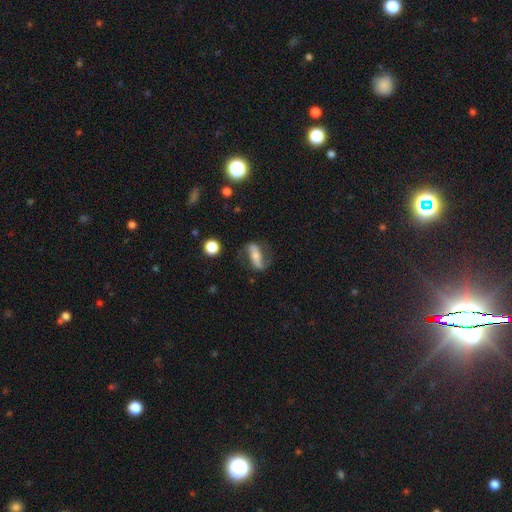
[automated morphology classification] This is likely a featured or disk galaxy (69%). It is clearly not viewed edge-on (88%). Bar: possibly strong (54%). Spiral arm pattern: clearly yes (89%). Spiral arm count: clearly 2 (90%). Spiral winding: possibly loose (55%). Central bulge: marginally small (44%). Merging: likely none (71%).